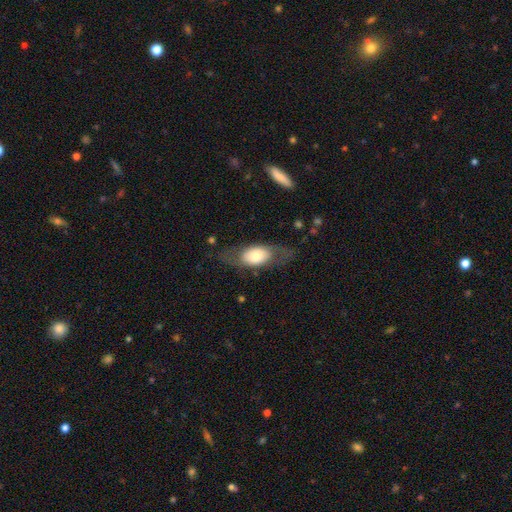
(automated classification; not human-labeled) Smooth or featured? Predicted: smooth (p=0.52). How rounded? Predicted: in between (p=0.79). Merging? Predicted: none (p=0.67).